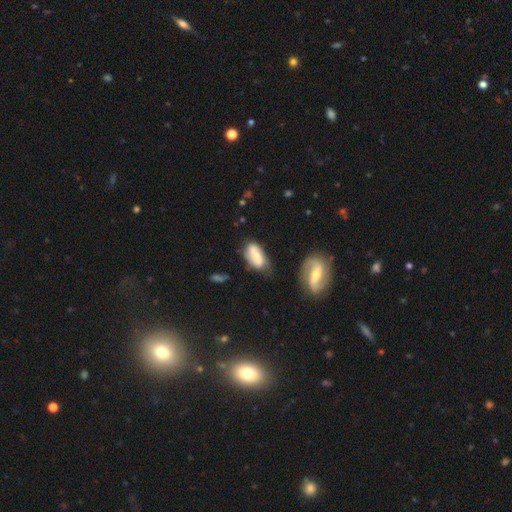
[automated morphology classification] This is possibly a smooth galaxy (47%). Merging: possibly none (54%).